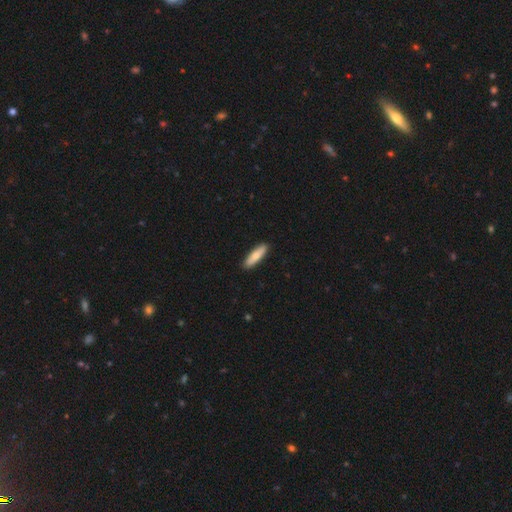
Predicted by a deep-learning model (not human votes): A smooth galaxy with no disk features (74%) that is cigar-shaped (71%). Merging: none (91%).